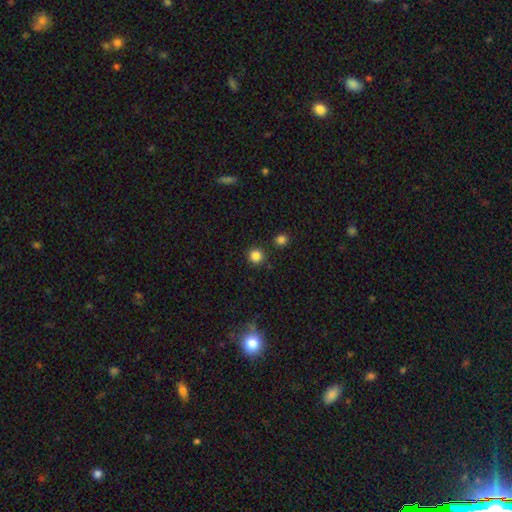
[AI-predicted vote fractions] Morphology: type=smooth (84%); roundness=round (94%); merging=none (87%).